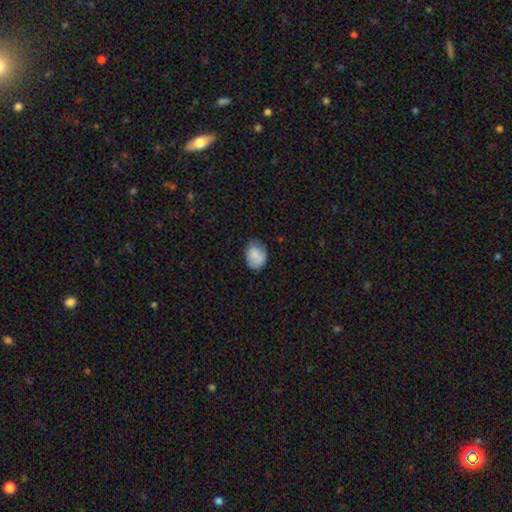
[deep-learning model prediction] smooth_or_featured: smooth (p=0.84) [alt: featured or disk p=0.09]
how_rounded: in between (p=0.65) [alt: round p=0.34]
merging: none (p=0.71) [alt: minor disturbance p=0.23]